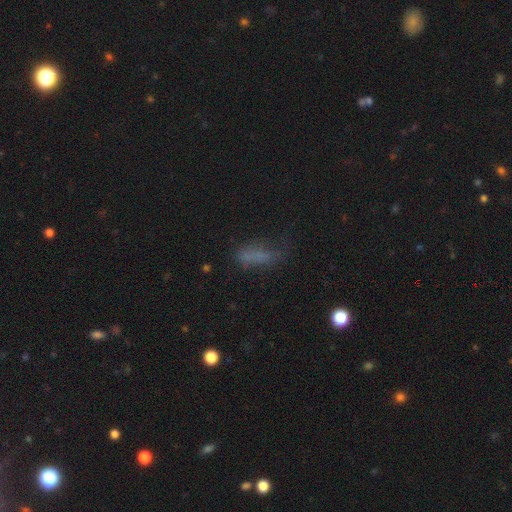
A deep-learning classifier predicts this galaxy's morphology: Smooth or featured: smooth — 63% (star or artifact — 20%)
How rounded: in between — 54% (cigar-shaped — 42%)
Merging: none — 46% (minor disturbance — 27%)